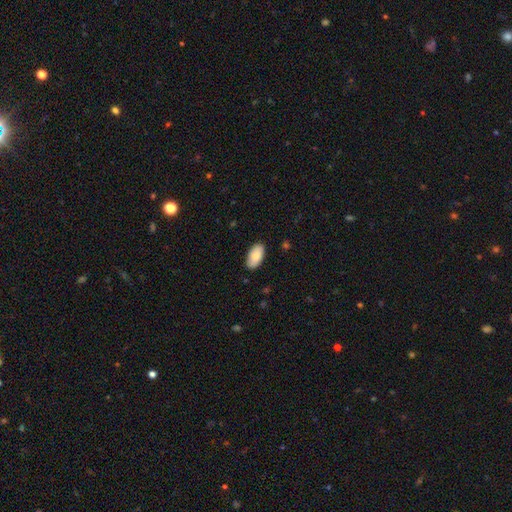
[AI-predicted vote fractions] Smooth or featured? smooth (83%)
How rounded? in between (95%)
Merging? none (85%)